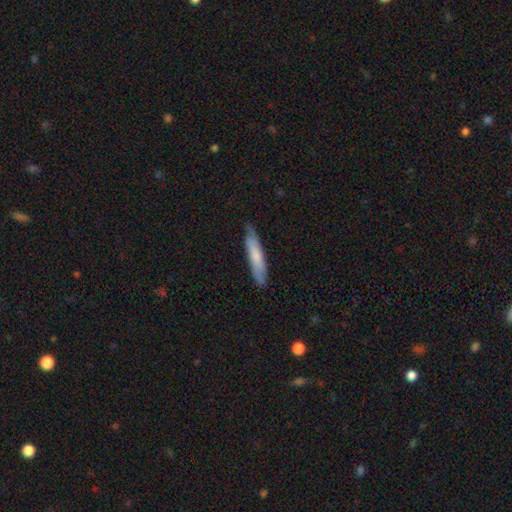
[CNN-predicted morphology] The model was most divided on "smooth or featured": smooth: 67%, featured or disk: 27%, star or artifact: 5%. More confident: how rounded — cigar-shaped (86%); merging — none (78%).